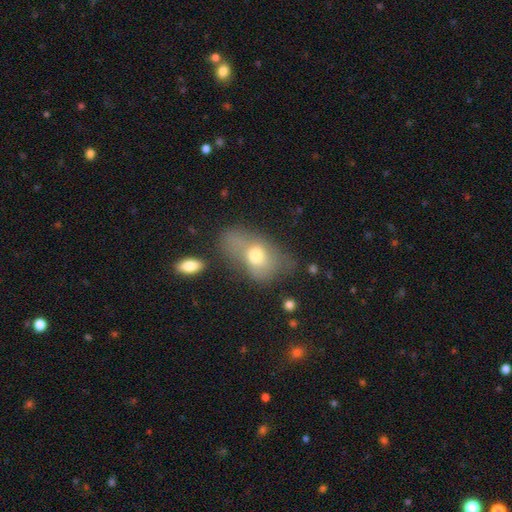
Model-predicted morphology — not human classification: Smooth or featured? Predicted: smooth (p=0.64). How rounded? Predicted: in between (p=0.82). Merging? Predicted: none (p=0.34).